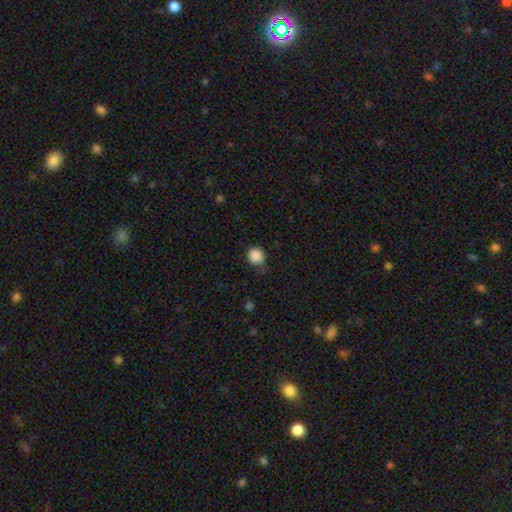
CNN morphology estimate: Smooth or featured?
  - smooth: 88% *
  - star or artifact: 9%
  - featured or disk: 3%
How rounded?
  - round: 84% *
  - in between: 15%
  - cigar-shaped: 1%
Merging?
  - none: 69% *
  - minor disturbance: 24%
  - major disturbance: 5%
  - merger: 2%